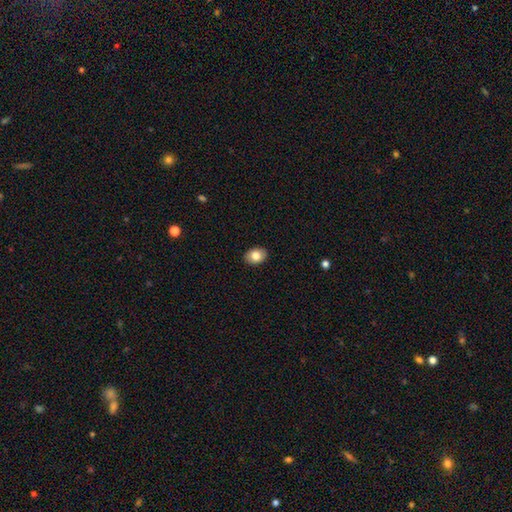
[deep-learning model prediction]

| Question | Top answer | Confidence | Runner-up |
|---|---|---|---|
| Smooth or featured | smooth | 81% | featured or disk (11%) |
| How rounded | in between | 72% | round (27%) |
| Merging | none | 90% | minor disturbance (7%) |